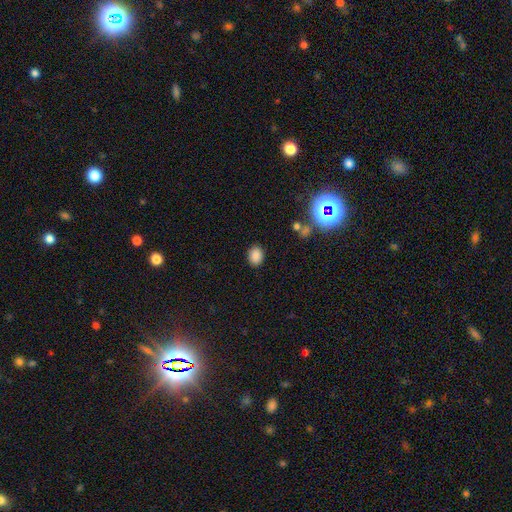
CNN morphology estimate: A smooth galaxy with no disk features (85%) that is in between round and cigar-shaped (63%). Merging: none (86%).